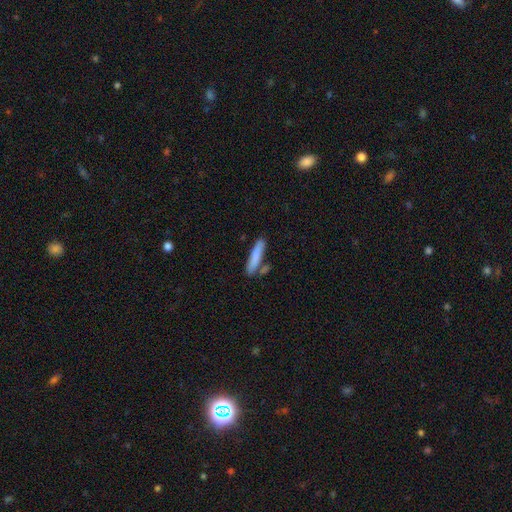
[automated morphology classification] smooth 80%, featured or disk 15%, star or artifact 6%. Down the decision tree: how rounded — cigar-shaped (84%); merging — none (72%).